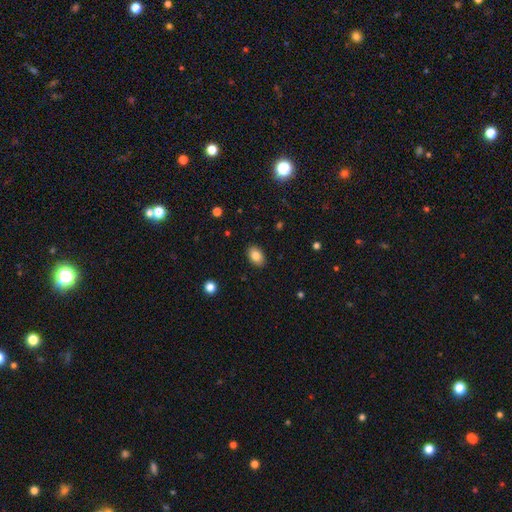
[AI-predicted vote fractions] Smooth or featured? smooth (84%)
How rounded? in between (86%)
Merging? none (89%)